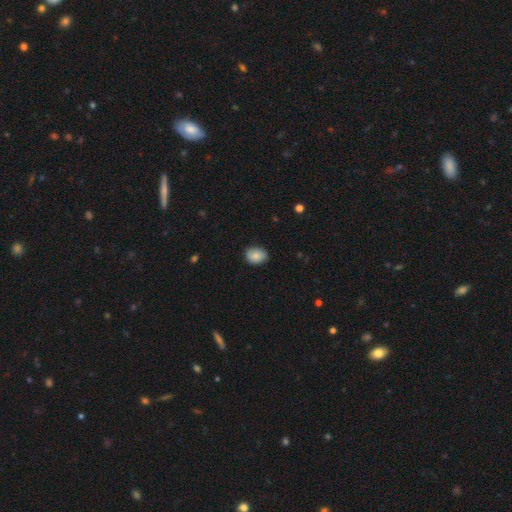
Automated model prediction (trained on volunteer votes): A smooth galaxy with no disk features (85%) that is in between round and cigar-shaped (59%). Merging: none (83%).